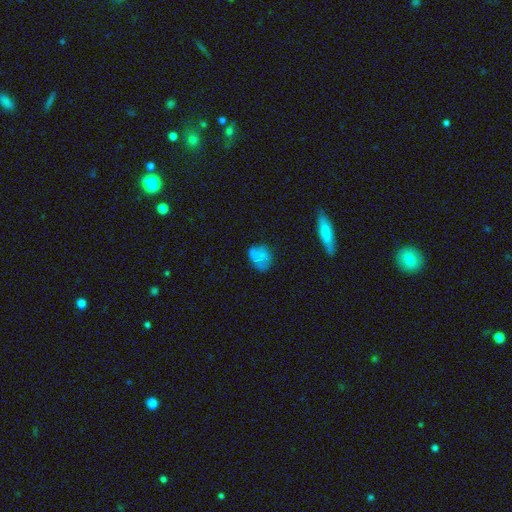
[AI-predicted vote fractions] smooth-or-featured: smooth: 64% | featured or disk: 23% | star or artifact: 13%
  how-rounded: in between: 55% | round: 43% | cigar-shaped: 2%
  merging: none: 47% | minor disturbance: 25% | major disturbance: 16% | merger: 12%